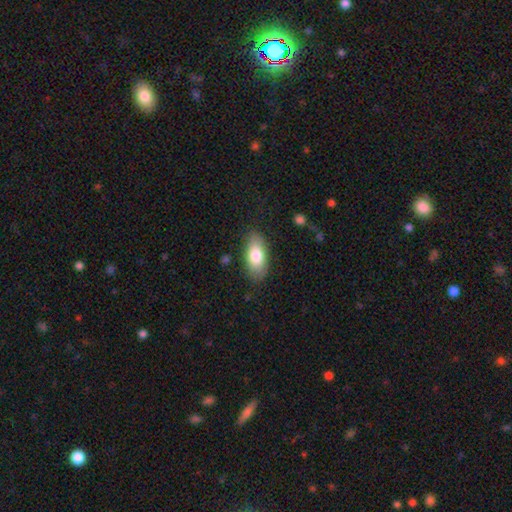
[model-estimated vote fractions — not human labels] Q: Smooth or featured?
A: smooth (78%); runner-up: featured or disk (15%)
Q: How rounded?
A: in between (87%); runner-up: cigar-shaped (10%)
Q: Merging?
A: none (84%); runner-up: minor disturbance (12%)